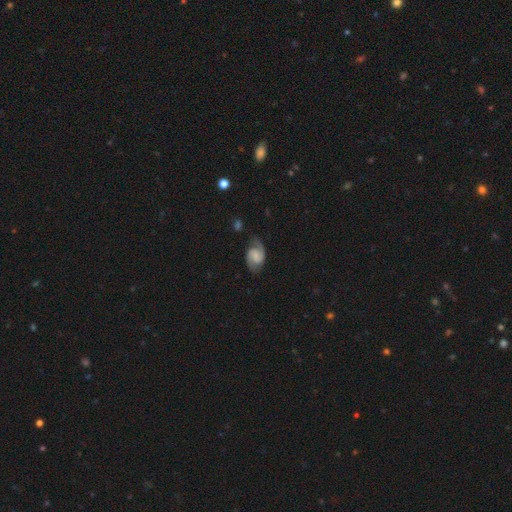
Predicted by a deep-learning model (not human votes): This appears to be a featured or disk galaxy (82%) with a weak bar (45%), 2 (92%) medium (53%) spiral arms (97%) and no central bulge (42%). Merging: none (76%).